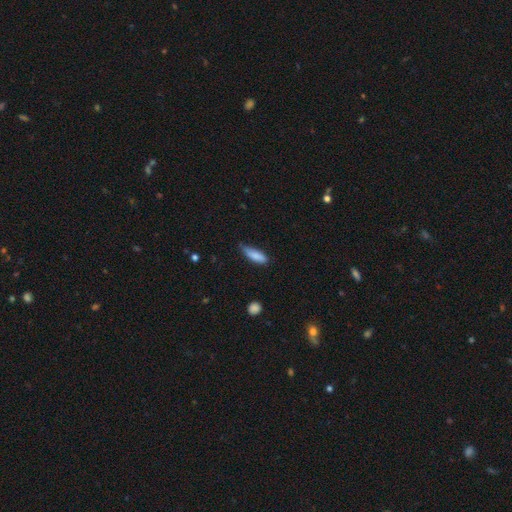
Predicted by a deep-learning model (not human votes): Smooth or featured: smooth — 82% (featured or disk — 11%)
How rounded: in between — 56% (cigar-shaped — 42%)
Merging: none — 54% (minor disturbance — 38%)